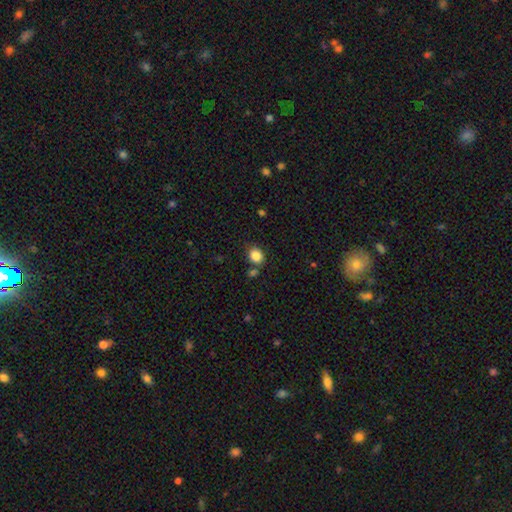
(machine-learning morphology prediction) Smooth or featured: smooth — 85% (star or artifact — 10%)
How rounded: round — 63% (in between — 36%)
Merging: none — 75% (minor disturbance — 11%)